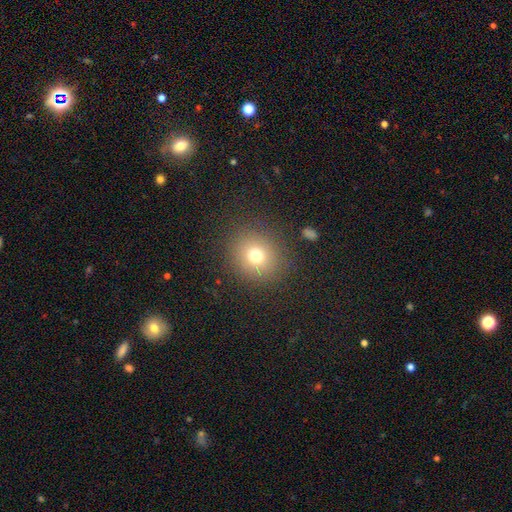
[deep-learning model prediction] A smooth galaxy with no disk features (73%) that is round (83%).

Vote fractions:
- Smooth or featured? smooth: 73% / star or artifact: 16% / featured or disk: 11%
- How rounded? round: 83% / in between: 16% / cigar-shaped: 1%
- Merging? none: 86% / minor disturbance: 8% / major disturbance: 4% / merger: 1%